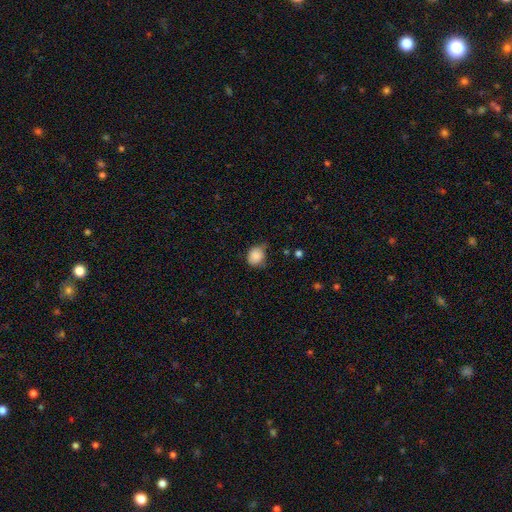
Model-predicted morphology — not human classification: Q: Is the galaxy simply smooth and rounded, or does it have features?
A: smooth — 86%.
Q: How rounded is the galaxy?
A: round — 62%.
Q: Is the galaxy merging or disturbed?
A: none — 53%.